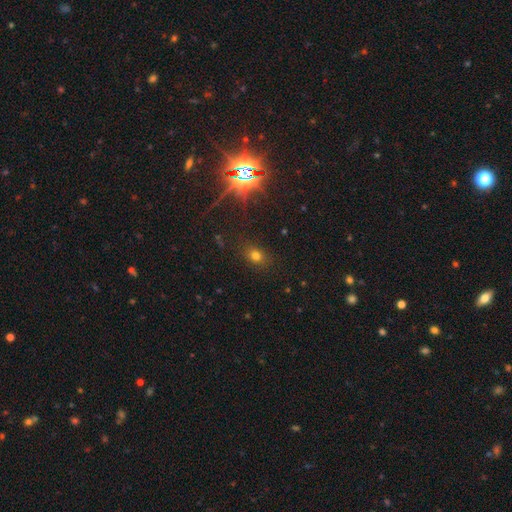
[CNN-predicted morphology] type=smooth (68%); roundness=in between (55%); merging=none (84%).